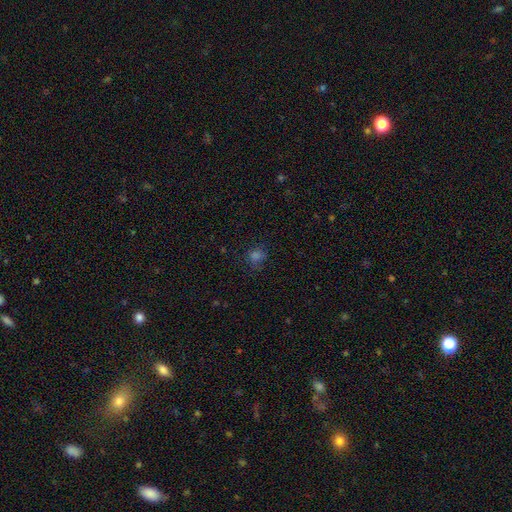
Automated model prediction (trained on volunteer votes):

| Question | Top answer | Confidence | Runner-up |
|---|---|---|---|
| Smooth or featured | smooth | 62% | star or artifact (30%) |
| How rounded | round | 74% | in between (25%) |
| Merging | none | 74% | minor disturbance (16%) |